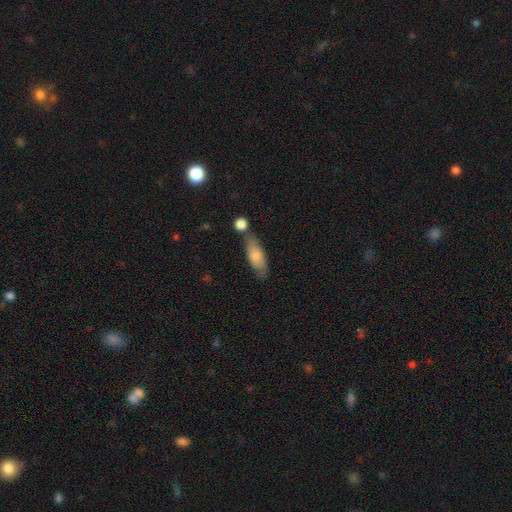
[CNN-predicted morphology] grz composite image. It shows a smooth galaxy with no disk features (72%) that is in between round and cigar-shaped (71%). Merging: none (57%).